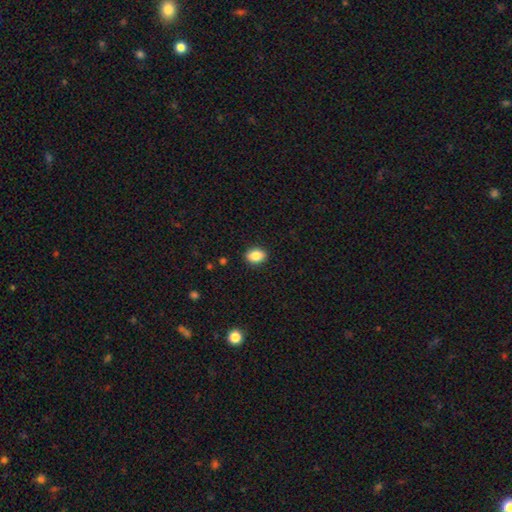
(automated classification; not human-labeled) smooth_or_featured: smooth (p=0.86) [alt: star or artifact p=0.09]
how_rounded: in between (p=0.71) [alt: round p=0.28]
merging: none (p=0.90) [alt: minor disturbance p=0.07]